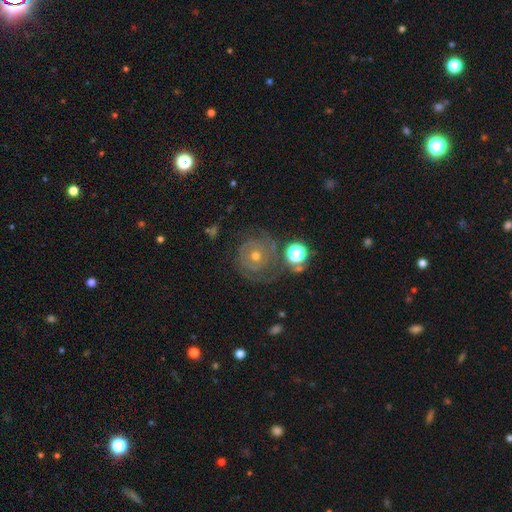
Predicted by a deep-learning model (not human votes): smooth-or-featured: featured or disk: 76% | smooth: 13% | star or artifact: 11%
  disk-edge-on: no: 97% | yes: 3%
    bar: no: 81% | weak: 15% | strong: 4%
    has-spiral-arms: yes: 87% | no: 13%
      spiral-winding: tight: 77% | medium: 18% | loose: 5%
      spiral-arm-count: 2: 37% | can't tell: 34% | 3: 14% | 1: 6% | 4: 5% | more than 4: 4%
    bulge-size: moderate: 56% | small: 39% | large: 2% | none: 1% | dominant: 1%
  merging: none: 74% | minor disturbance: 14% | major disturbance: 8% | merger: 3%